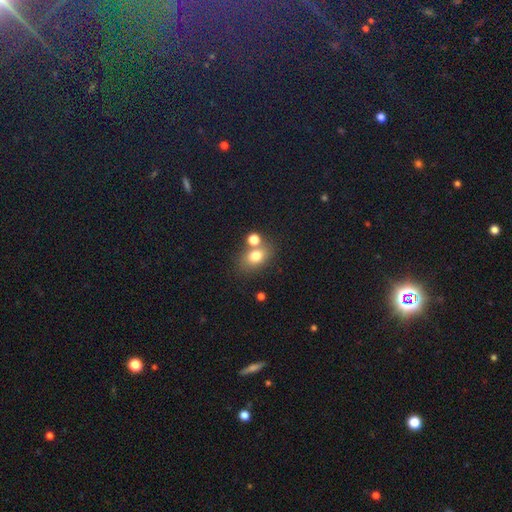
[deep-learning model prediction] smooth_or_featured: smooth (p=0.76) [alt: star or artifact p=0.13]
how_rounded: in between (p=0.58) [alt: round p=0.40]
merging: none (p=0.60) [alt: merger p=0.25]